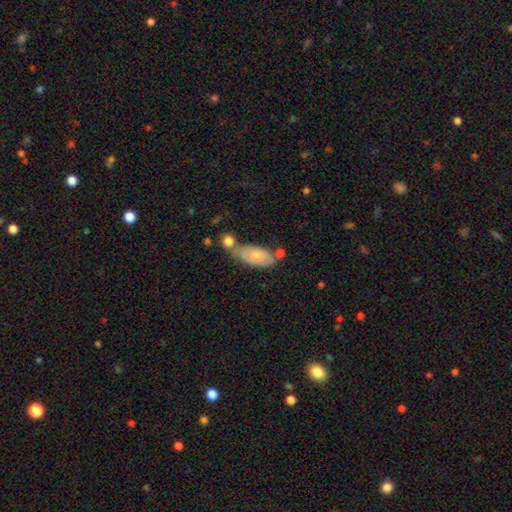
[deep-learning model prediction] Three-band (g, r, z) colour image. It shows a smooth galaxy with no disk features (62%) that is in between round and cigar-shaped (86%). Merging: none (46%).